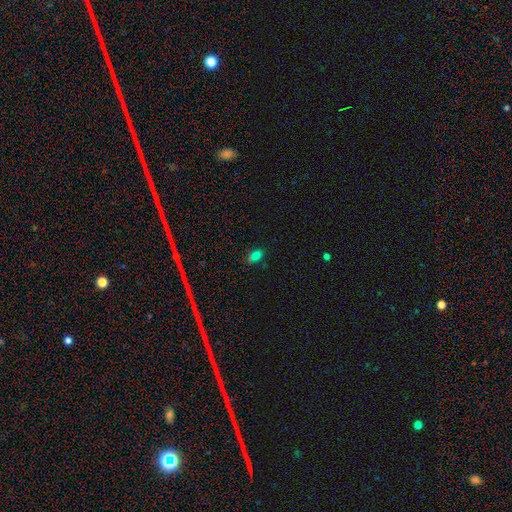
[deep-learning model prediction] Morphology: type=smooth (65%); roundness=in between (77%); merging=none (69%).